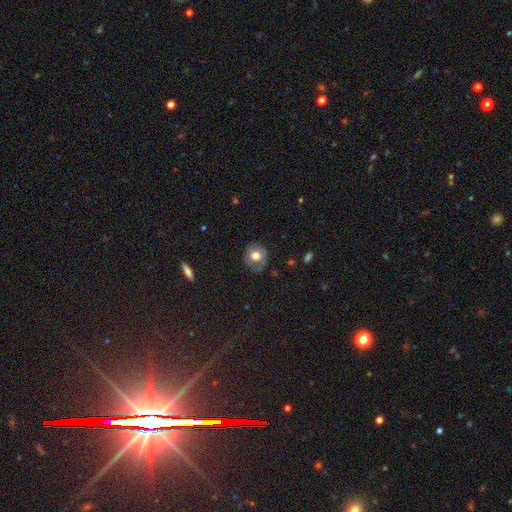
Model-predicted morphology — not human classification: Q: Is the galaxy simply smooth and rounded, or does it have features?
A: smooth — 53%.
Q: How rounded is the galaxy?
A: round — 77%.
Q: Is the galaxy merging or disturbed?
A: none — 69%.